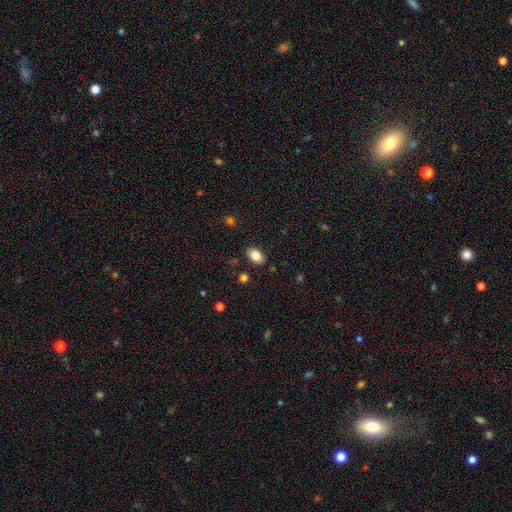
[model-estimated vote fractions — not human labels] The model was most divided on "merging": none: 86%, minor disturbance: 10%, major disturbance: 2%, merger: 2%. More confident: how rounded — in between (90%); smooth or featured — smooth (85%).